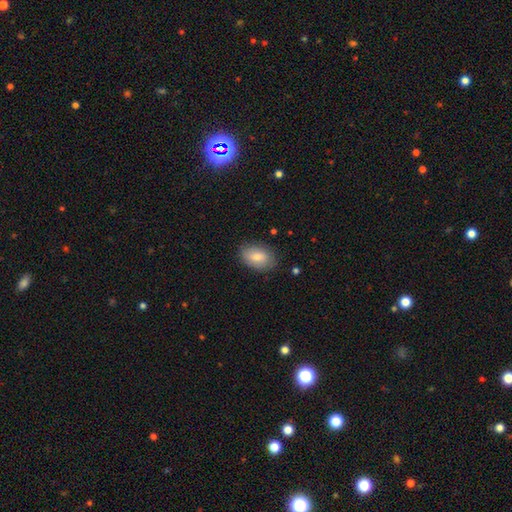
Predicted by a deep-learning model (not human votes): Smooth or featured: smooth — 76% (featured or disk — 15%)
How rounded: in between — 88% (round — 11%)
Merging: none — 83% (minor disturbance — 13%)